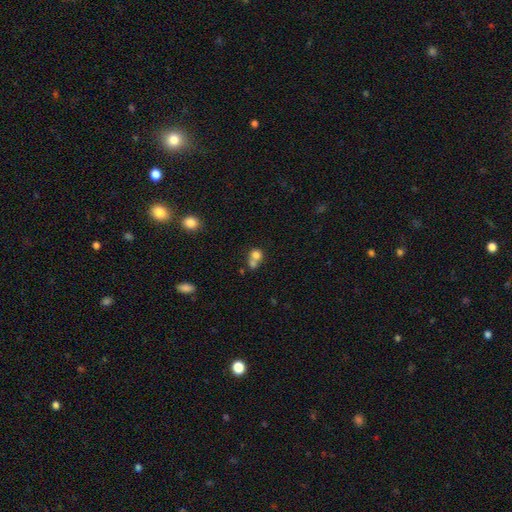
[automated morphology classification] smooth-or-featured: smooth: 75% | featured or disk: 14% | star or artifact: 12%
  how-rounded: round: 75% | in between: 24% | cigar-shaped: 1%
  merging: merger: 60% | none: 30% | minor disturbance: 6% | major disturbance: 4%